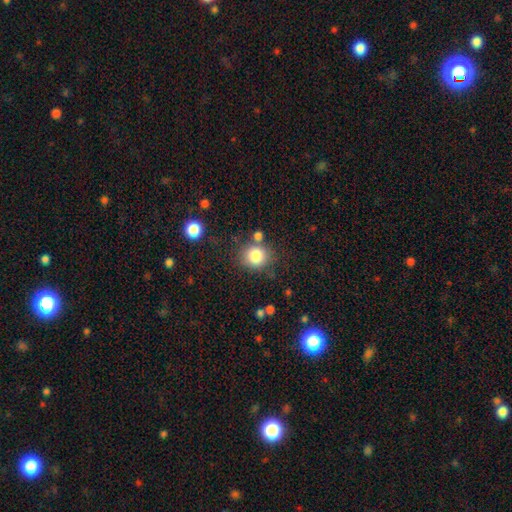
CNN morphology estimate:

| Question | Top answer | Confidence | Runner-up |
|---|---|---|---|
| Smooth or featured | smooth | 83% | star or artifact (10%) |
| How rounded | round | 82% | in between (17%) |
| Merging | none | 74% | minor disturbance (12%) |